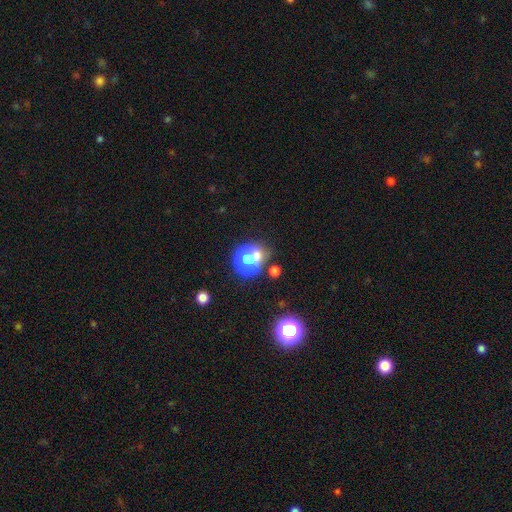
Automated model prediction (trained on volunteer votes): This appears to be a smooth galaxy with no disk features (50%). Merging: none (59%).